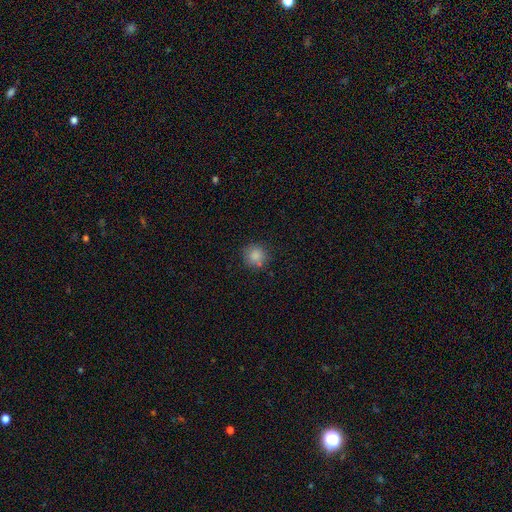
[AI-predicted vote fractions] Overall: smooth (85%). How rounded: round (91%). Merging: none (80%).